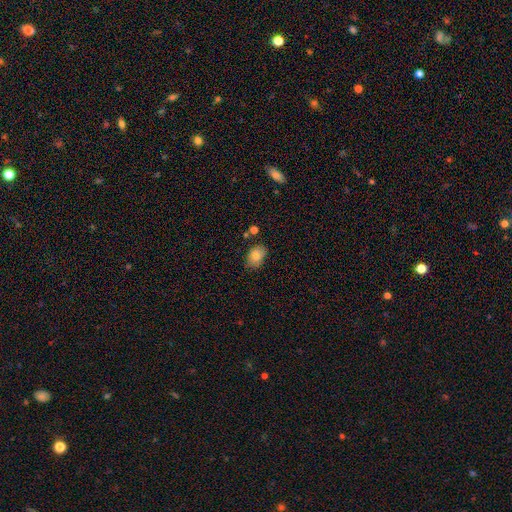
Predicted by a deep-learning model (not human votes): Smooth or featured? Predicted: smooth (p=0.79). How rounded? Predicted: in between (p=0.78). Merging? Predicted: none (p=0.77).